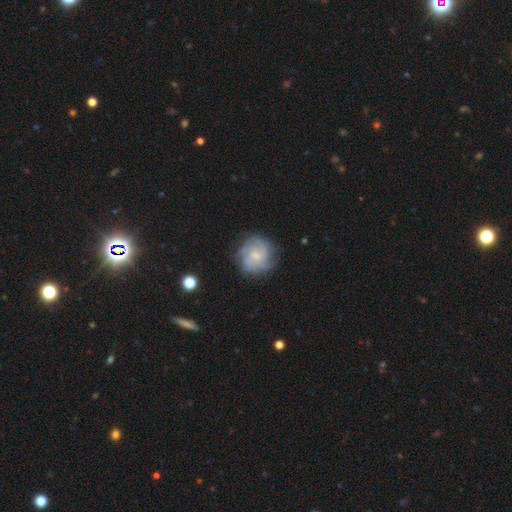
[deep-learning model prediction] The model was most divided on "spiral winding": tight: 47%, medium: 39%, loose: 14%. Remaining: edge-on disk — no (98%); spiral arms — yes (88%); merging — none (73%); smooth or featured — featured or disk (66%); bar — no (57%); bulge size — small (55%); spiral arm count — can't tell (35%).